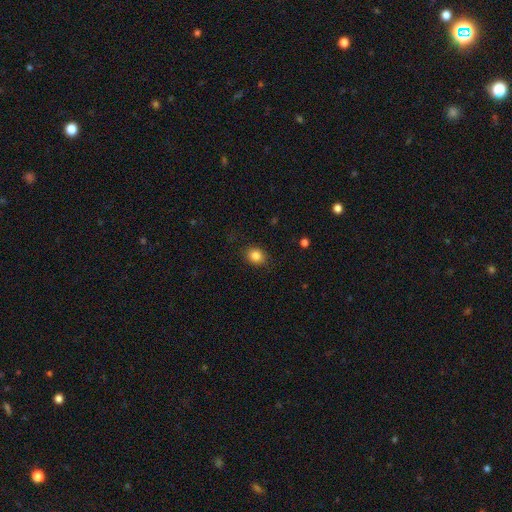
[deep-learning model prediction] Overall: smooth (85%). How rounded: round (54%; in between 45%). Merging: none (84%).